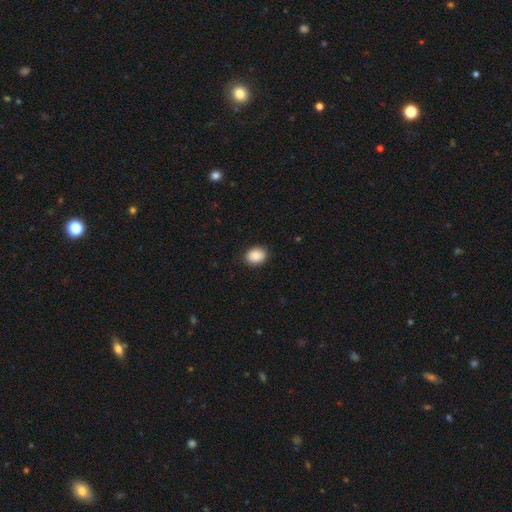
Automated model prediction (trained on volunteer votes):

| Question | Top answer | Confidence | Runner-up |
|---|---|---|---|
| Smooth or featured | smooth | 89% | star or artifact (7%) |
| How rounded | in between | 61% | round (38%) |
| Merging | none | 89% | minor disturbance (8%) |